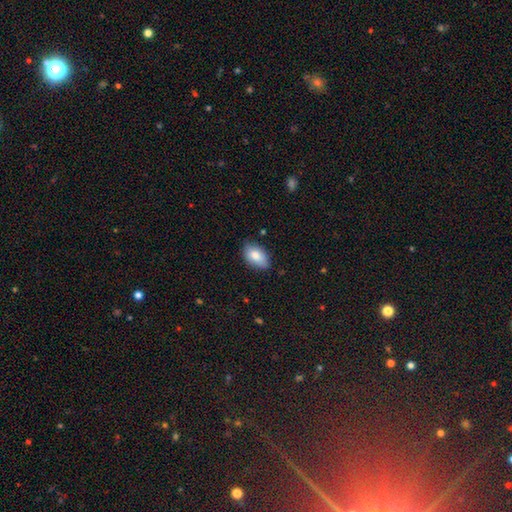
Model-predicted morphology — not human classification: smooth 82%, featured or disk 11%, star or artifact 7%. Down the decision tree: how rounded — in between (91%); merging — none (75%).